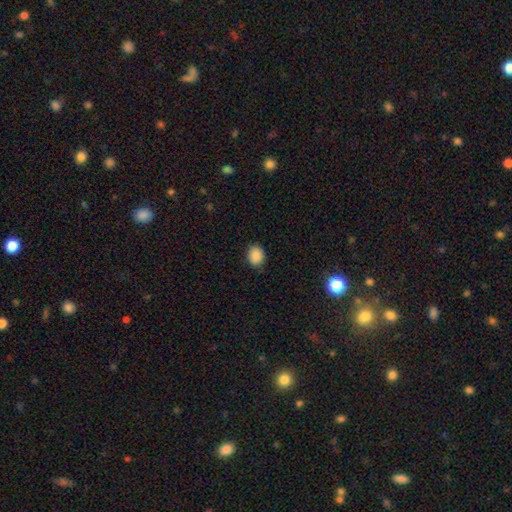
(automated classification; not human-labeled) Smooth or featured? Predicted: smooth (p=0.88). How rounded? Predicted: round (p=0.50). Merging? Predicted: none (p=0.86).